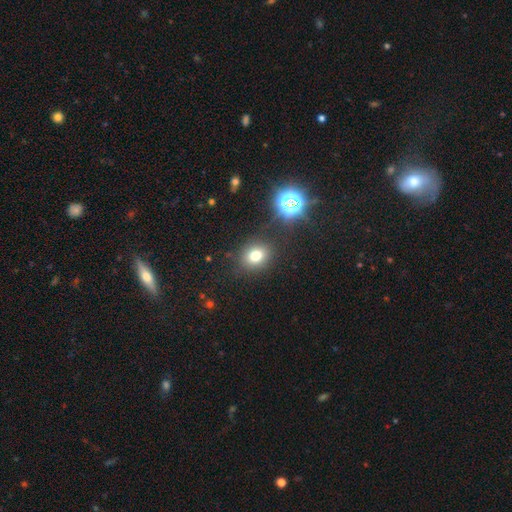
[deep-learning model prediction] smooth-or-featured: smooth: 73% | star or artifact: 18% | featured or disk: 9%
  how-rounded: round: 61% | in between: 38% | cigar-shaped: 1%
  merging: none: 84% | minor disturbance: 9% | major disturbance: 4% | merger: 3%